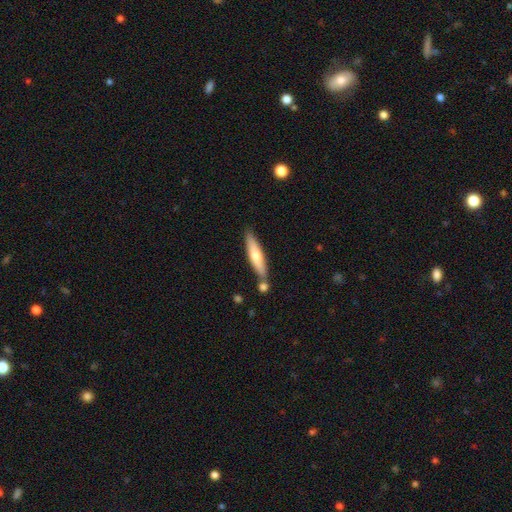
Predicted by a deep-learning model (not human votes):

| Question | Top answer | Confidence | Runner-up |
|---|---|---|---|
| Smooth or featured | smooth | 60% | featured or disk (35%) |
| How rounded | cigar-shaped | 83% | in between (15%) |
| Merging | none | 73% | minor disturbance (12%) |